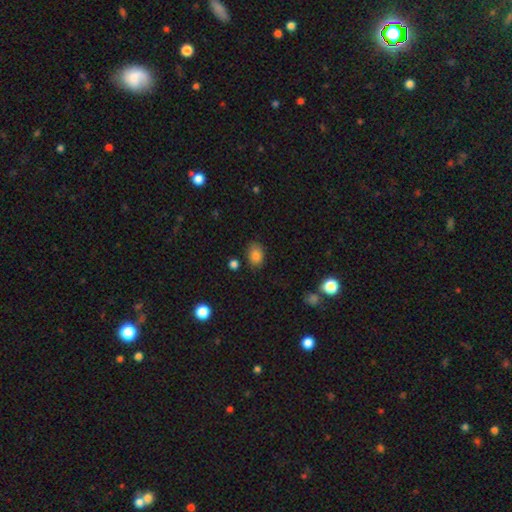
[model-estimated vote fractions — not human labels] This appears to be a smooth galaxy with no disk features (84%) that is in between round and cigar-shaped (75%). Merging: none (75%).